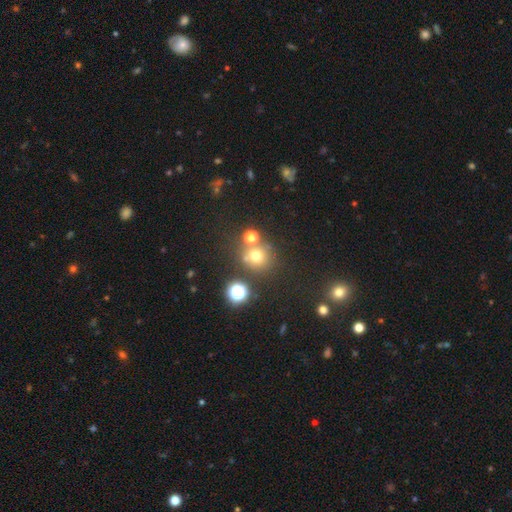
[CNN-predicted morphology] This appears to be a smooth galaxy with no disk features (65%) that is round (89%). Merging: none (68%).